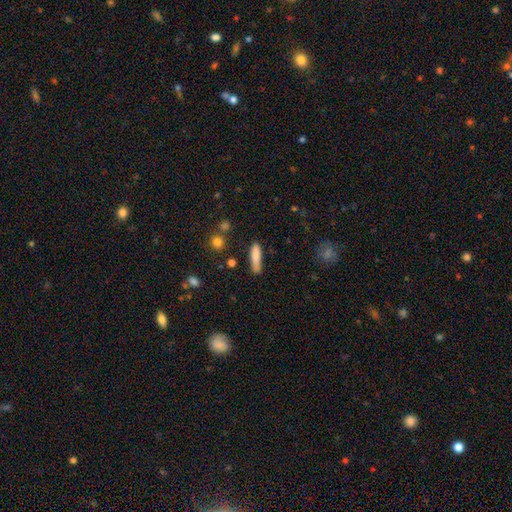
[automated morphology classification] type=smooth (83%); roundness=cigar-shaped (77%); merging=none (74%).